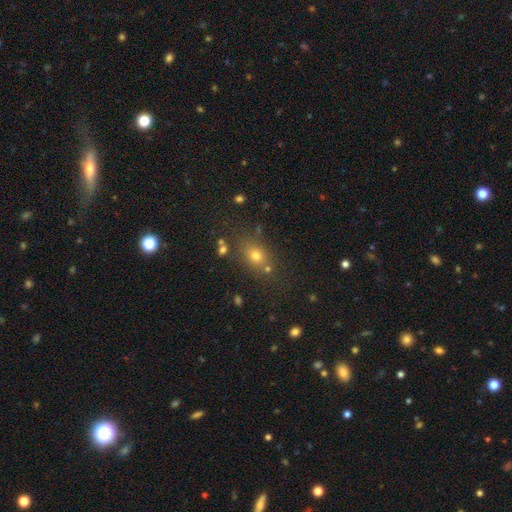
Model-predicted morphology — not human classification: smooth-or-featured: smooth: 69% | star or artifact: 19% | featured or disk: 11%
  how-rounded: in between: 51% | round: 47% | cigar-shaped: 2%
  merging: none: 74% | minor disturbance: 12% | merger: 8% | major disturbance: 5%